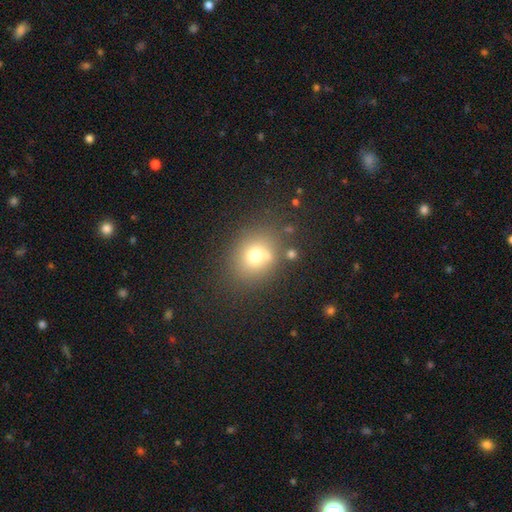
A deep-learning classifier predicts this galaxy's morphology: A smooth galaxy with no disk features (70%) that is round (67%).

Vote fractions:
- Smooth or featured? smooth: 70% / star or artifact: 16% / featured or disk: 14%
- How rounded? round: 67% / in between: 32% / cigar-shaped: 1%
- Merging? none: 68% / minor disturbance: 15% / merger: 11% / major disturbance: 6%